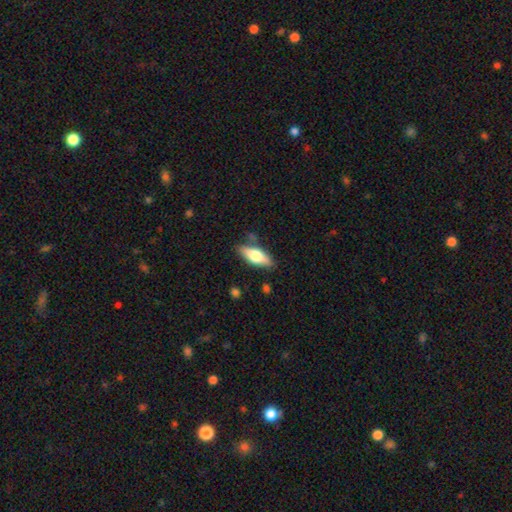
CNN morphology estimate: Smooth or featured: smooth — 63% (featured or disk — 31%)
How rounded: in between — 71% (cigar-shaped — 26%)
Merging: none — 80% (minor disturbance — 14%)